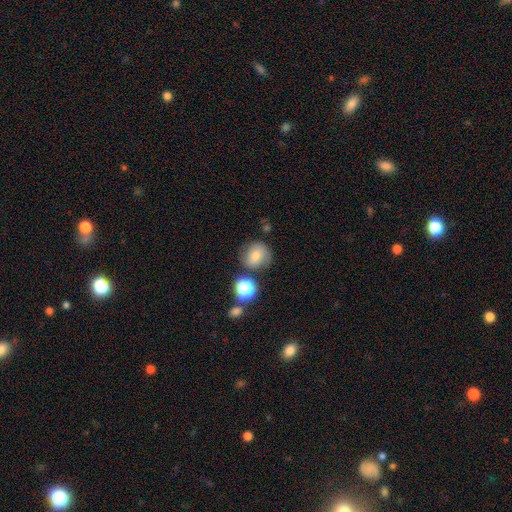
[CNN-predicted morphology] type=smooth (54%); roundness=round (83%); merging=none (72%).